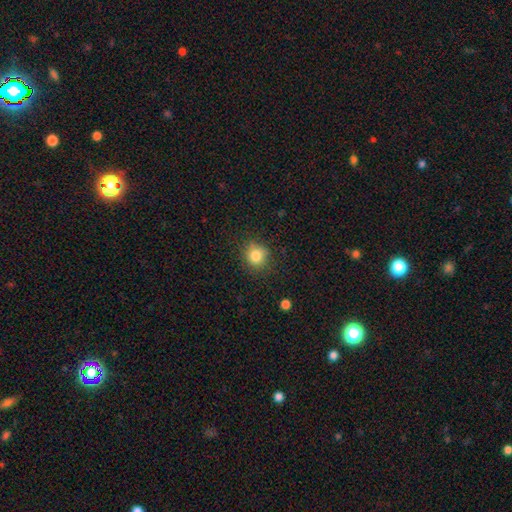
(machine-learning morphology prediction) The model was most divided on "merging": none: 81%, minor disturbance: 13%, major disturbance: 4%, merger: 2%. More confident: how rounded — round (86%); smooth or featured — smooth (82%).